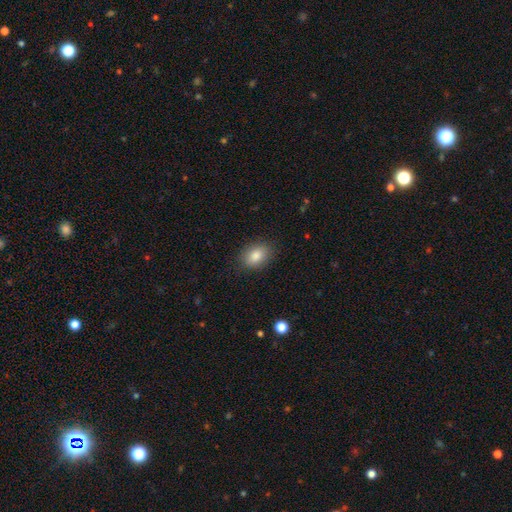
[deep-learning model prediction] This appears to be a smooth galaxy with no disk features (85%) that is in between round and cigar-shaped (79%). Merging: none (87%).